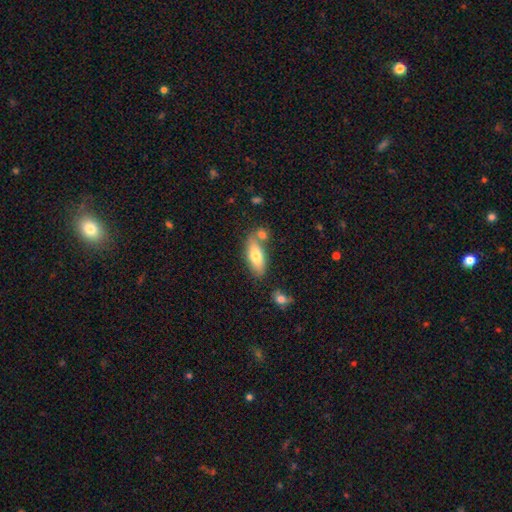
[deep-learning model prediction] This appears to be a smooth galaxy with no disk features (71%) that is in between round and cigar-shaped (72%). Merging: none (66%).